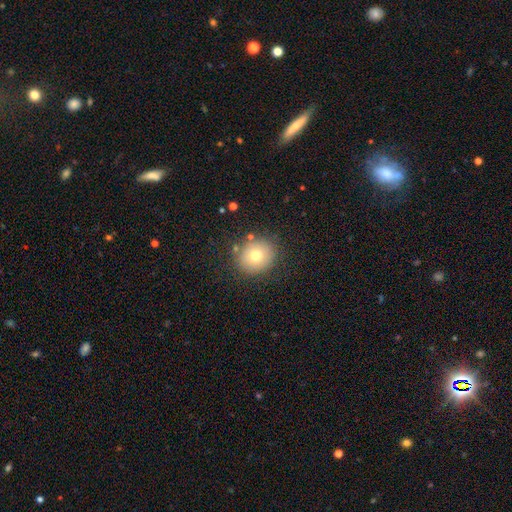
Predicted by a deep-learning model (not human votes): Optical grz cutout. It shows a smooth galaxy with no disk features (73%) that is round (81%). Merging: none (84%).